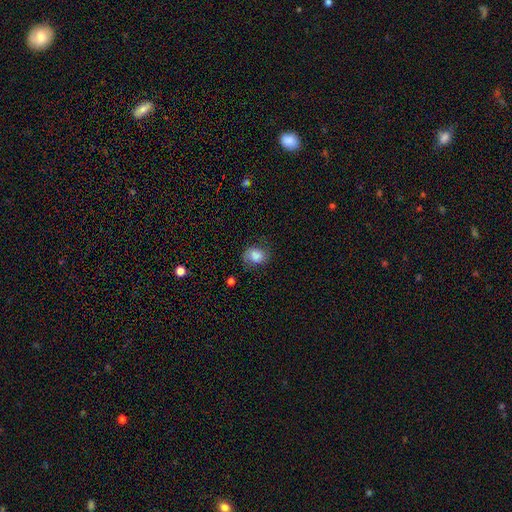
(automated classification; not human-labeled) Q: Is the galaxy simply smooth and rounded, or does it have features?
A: smooth — 74%.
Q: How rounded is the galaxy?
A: in between — 50%.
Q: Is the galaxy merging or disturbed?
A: none — 59%.